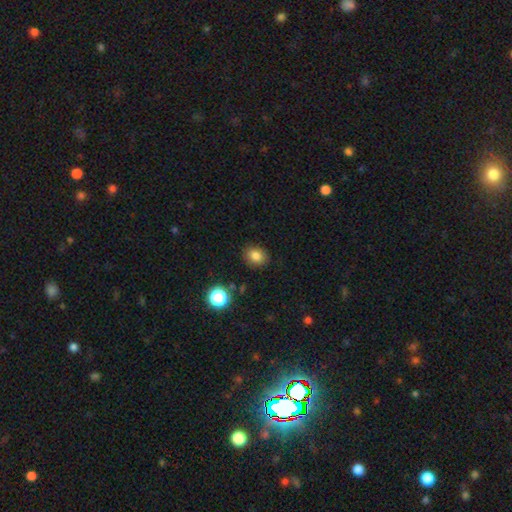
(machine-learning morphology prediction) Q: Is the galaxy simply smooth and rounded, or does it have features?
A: smooth — 81%.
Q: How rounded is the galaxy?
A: in between — 50%.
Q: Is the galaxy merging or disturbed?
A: none — 87%.